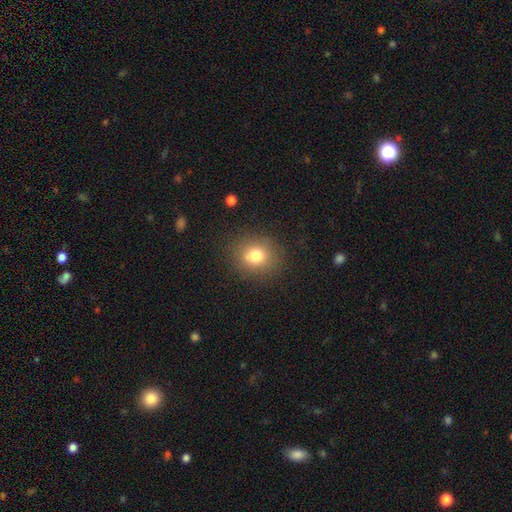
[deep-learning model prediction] Q: Smooth or featured?
A: smooth (76%); runner-up: star or artifact (13%)
Q: How rounded?
A: round (76%); runner-up: in between (23%)
Q: Merging?
A: none (83%); runner-up: minor disturbance (11%)